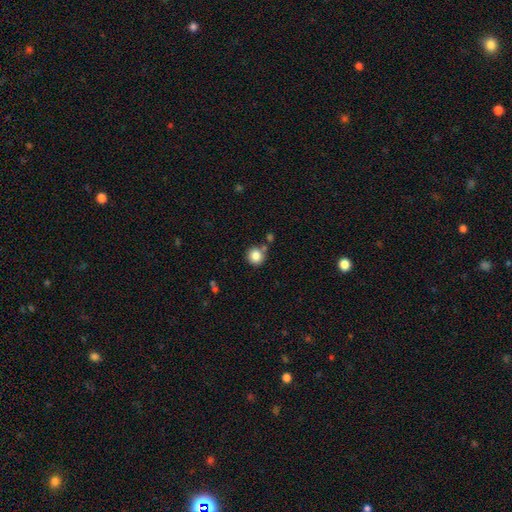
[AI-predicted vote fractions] Q: Smooth or featured?
A: smooth (85%); runner-up: star or artifact (10%)
Q: How rounded?
A: round (93%); runner-up: in between (6%)
Q: Merging?
A: none (75%); runner-up: merger (11%)